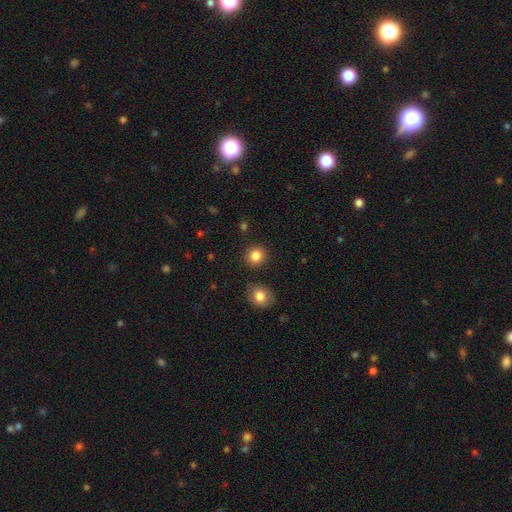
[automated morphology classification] Smooth or featured? smooth (85%)
How rounded? round (90%)
Merging? none (89%)